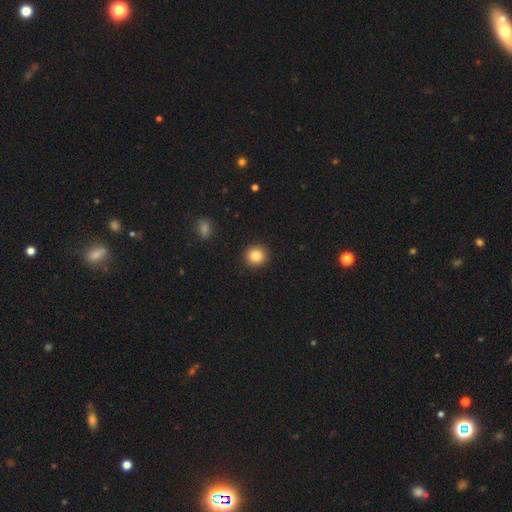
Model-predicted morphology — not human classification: The model was most divided on "smooth or featured": smooth: 84%, star or artifact: 10%, featured or disk: 6%. More confident: how rounded — round (93%); merging — none (93%).